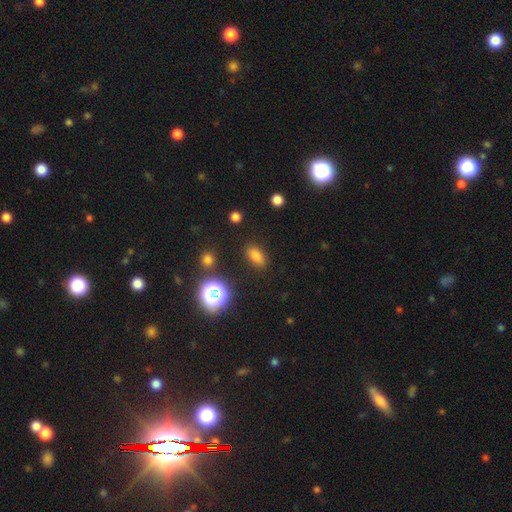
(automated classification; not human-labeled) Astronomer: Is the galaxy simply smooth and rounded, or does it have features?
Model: smooth — 75%.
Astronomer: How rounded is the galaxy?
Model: in between — 81%.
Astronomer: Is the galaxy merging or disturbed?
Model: none — 86%.